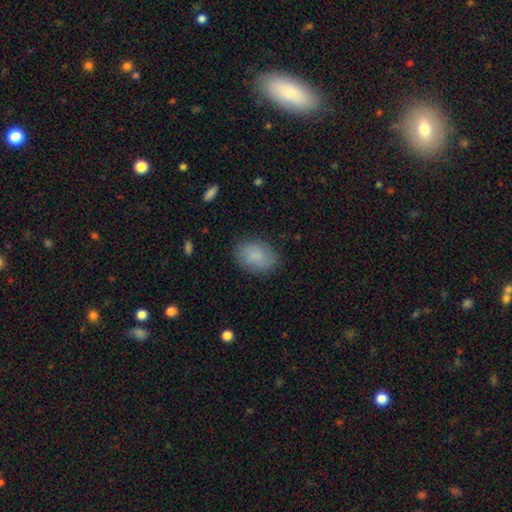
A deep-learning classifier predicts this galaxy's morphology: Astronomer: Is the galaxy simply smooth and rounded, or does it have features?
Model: smooth — 85%.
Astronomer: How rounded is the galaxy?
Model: in between — 80%.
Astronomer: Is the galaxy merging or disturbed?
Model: none — 82%.